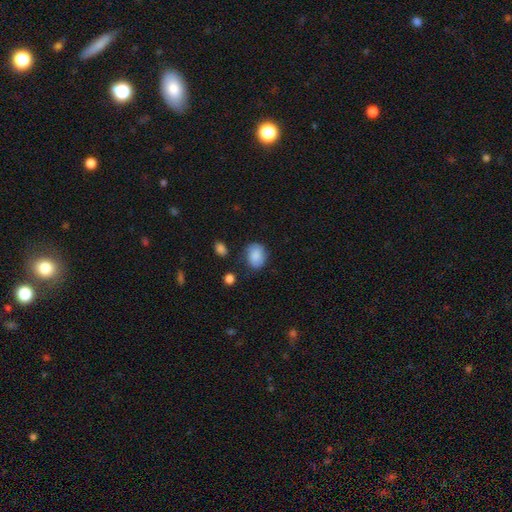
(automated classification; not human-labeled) Morphology: type=smooth (84%); roundness=in between (57%); merging=none (71%).